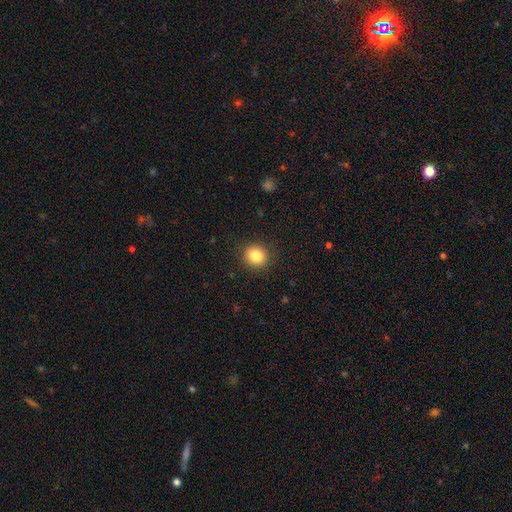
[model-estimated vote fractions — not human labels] smooth_or_featured: smooth (p=0.84) [alt: star or artifact p=0.10]
how_rounded: round (p=0.86) [alt: in between p=0.13]
merging: none (p=0.90) [alt: minor disturbance p=0.06]